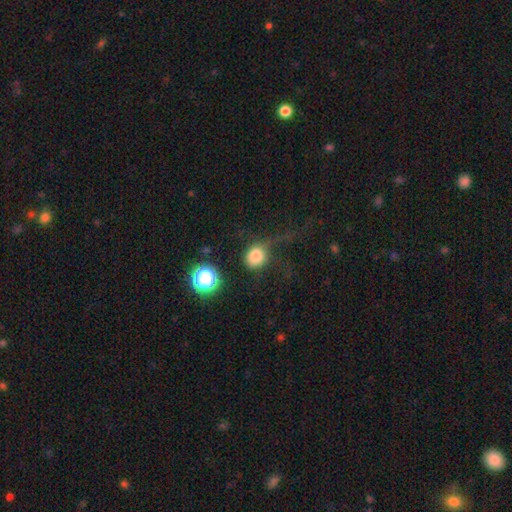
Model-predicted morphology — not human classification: Q: Smooth or featured?
A: smooth (78%); runner-up: star or artifact (13%)
Q: How rounded?
A: round (78%); runner-up: in between (21%)
Q: Merging?
A: none (44%); runner-up: major disturbance (31%)